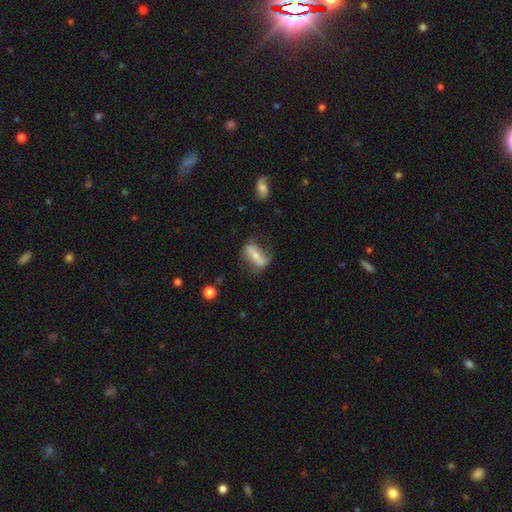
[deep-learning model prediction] smooth-or-featured: featured or disk: 61% | smooth: 32% | star or artifact: 7%
  disk-edge-on: no: 82% | yes: 18%
  merging: none: 59% | minor disturbance: 24% | major disturbance: 14% | merger: 3%